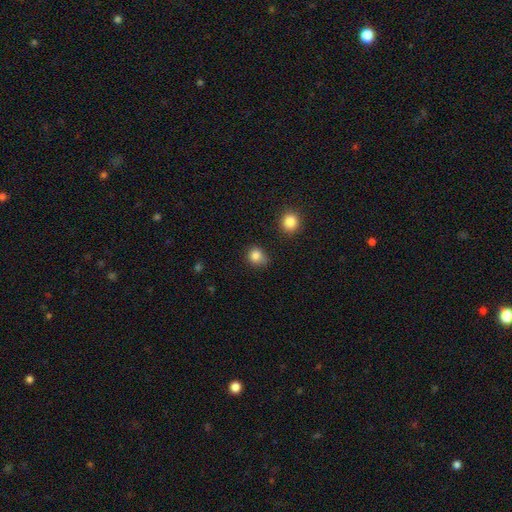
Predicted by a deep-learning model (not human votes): Smooth or featured?
  - smooth: 84% *
  - star or artifact: 12%
  - featured or disk: 5%
How rounded?
  - round: 76% *
  - in between: 23%
  - cigar-shaped: 1%
Merging?
  - none: 66% *
  - minor disturbance: 25%
  - major disturbance: 6%
  - merger: 3%